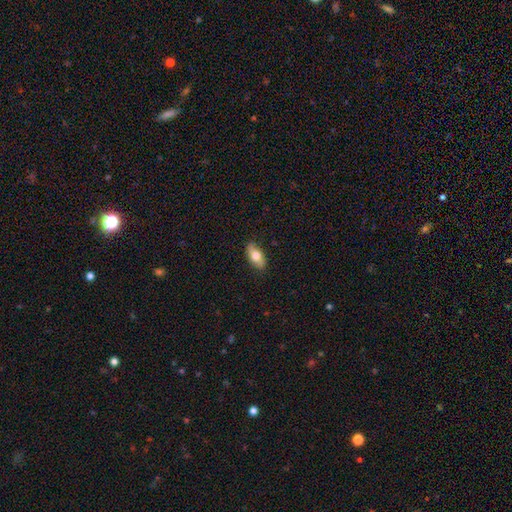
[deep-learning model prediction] A smooth galaxy with no disk features (69%) that is in between round and cigar-shaped (87%).

Vote fractions:
- Smooth or featured? smooth: 69% / featured or disk: 25% / star or artifact: 6%
- How rounded? in between: 87% / cigar-shaped: 9% / round: 4%
- Merging? none: 85% / minor disturbance: 12% / major disturbance: 2% / merger: 1%